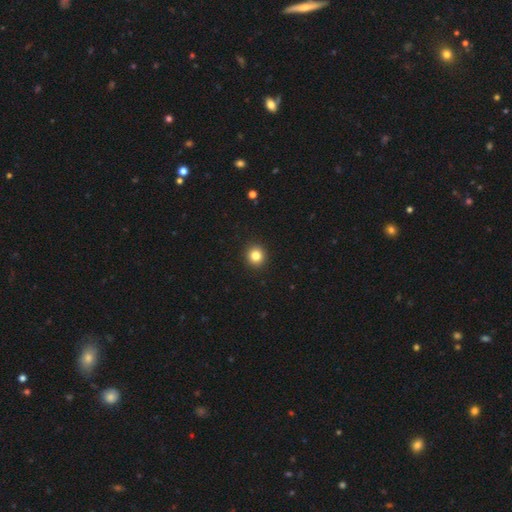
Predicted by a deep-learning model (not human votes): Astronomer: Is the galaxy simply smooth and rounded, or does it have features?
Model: smooth — 83%.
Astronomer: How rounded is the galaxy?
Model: round — 93%.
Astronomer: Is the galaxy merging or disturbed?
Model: none — 93%.